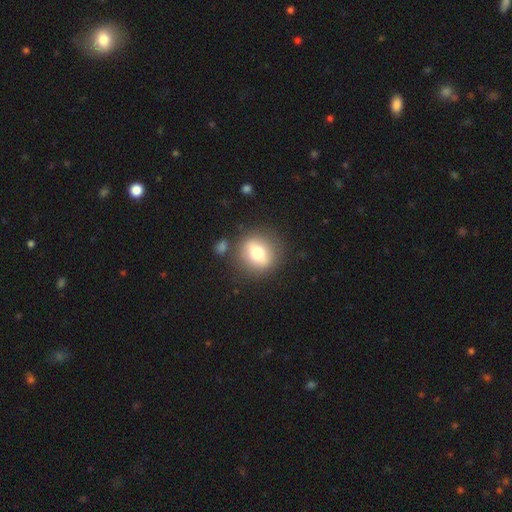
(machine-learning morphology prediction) A smooth galaxy with no disk features (64%) that is round (70%).

Vote fractions:
- Smooth or featured? smooth: 64% / featured or disk: 25% / star or artifact: 11%
- How rounded? round: 70% / in between: 28% / cigar-shaped: 2%
- Merging? none: 82% / minor disturbance: 10% / merger: 5% / major disturbance: 3%